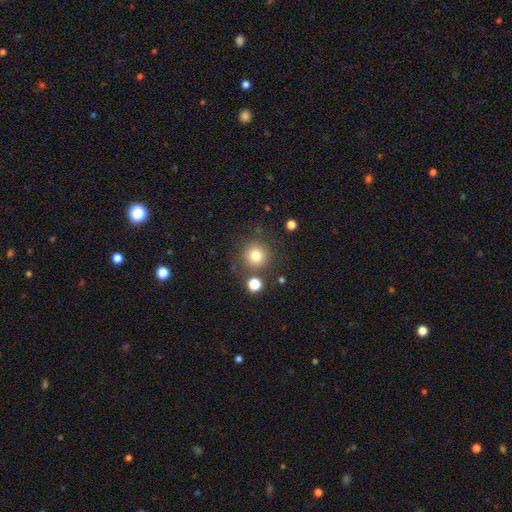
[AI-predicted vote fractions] smooth 80%, star or artifact 12%, featured or disk 8%. Down the decision tree: how rounded — round (94%); merging — none (81%).